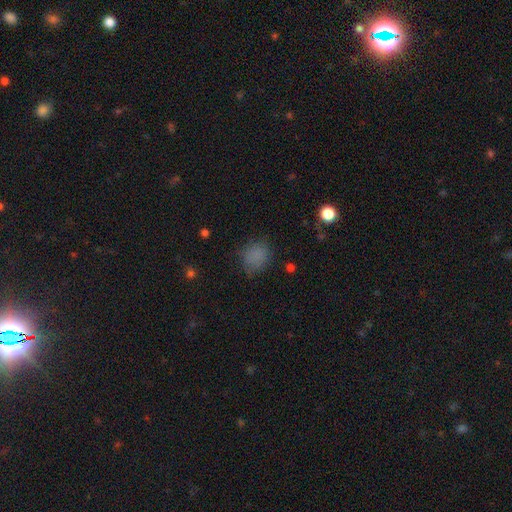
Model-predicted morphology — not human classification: smooth 80%, star or artifact 13%, featured or disk 6%. Down the decision tree: how rounded — round (59%); merging — none (71%).